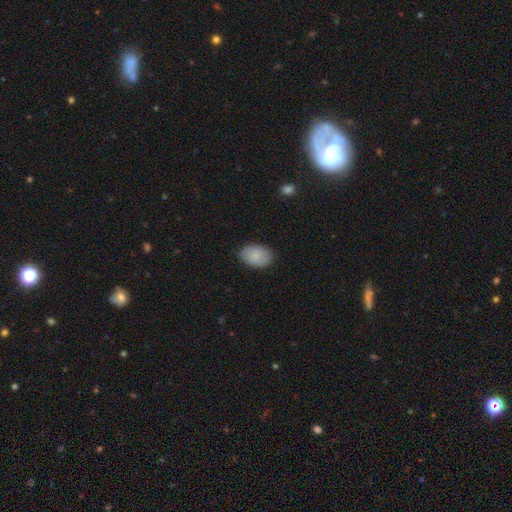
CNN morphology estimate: Smooth or featured: smooth — 83% (featured or disk — 10%)
How rounded: in between — 86% (round — 13%)
Merging: none — 83% (minor disturbance — 13%)